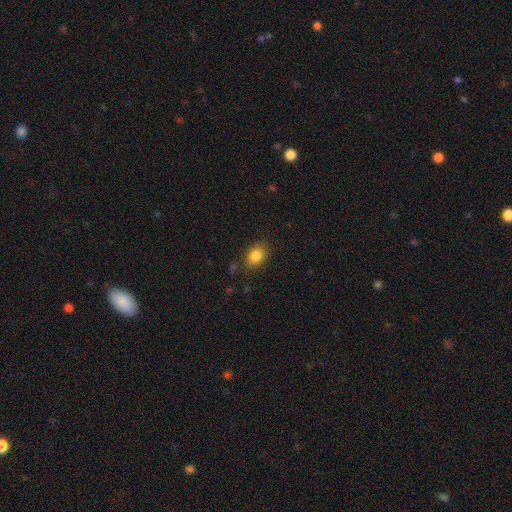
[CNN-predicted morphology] This appears to be a smooth galaxy with no disk features (84%) that is in between round and cigar-shaped (69%). Merging: none (84%).